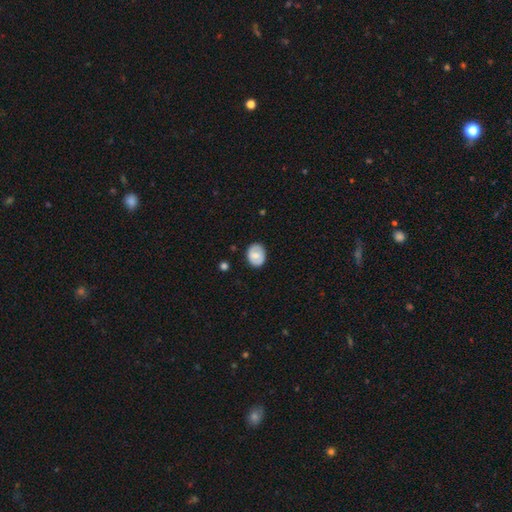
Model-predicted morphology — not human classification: A smooth galaxy with no disk features (66%) that is in between round and cigar-shaped (58%).

Vote fractions:
- Smooth or featured? smooth: 66% / featured or disk: 27% / star or artifact: 7%
- How rounded? in between: 58% / round: 41% / cigar-shaped: 1%
- Merging? none: 83% / minor disturbance: 13% / major disturbance: 3% / merger: 1%